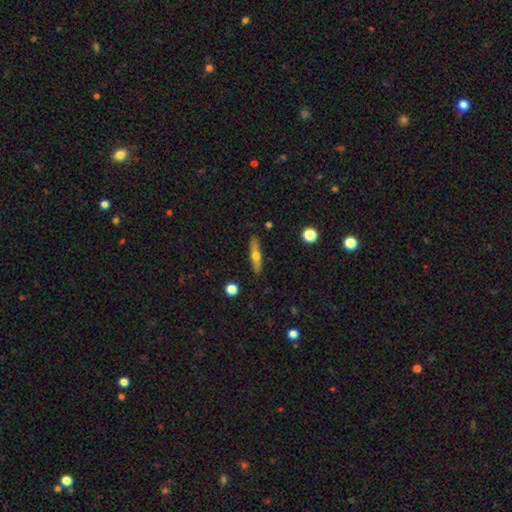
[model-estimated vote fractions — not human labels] A smooth galaxy with no disk features (48%). Merging: none (87%).